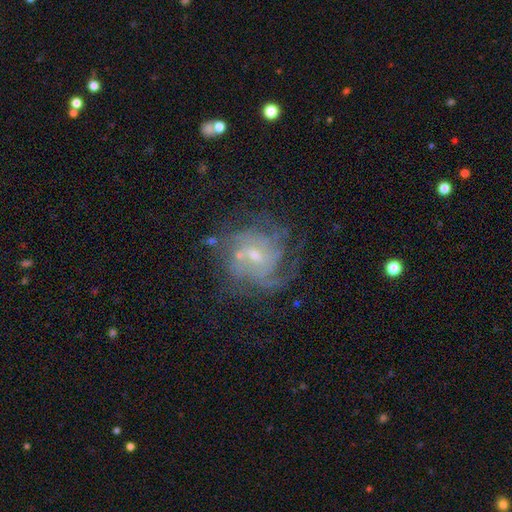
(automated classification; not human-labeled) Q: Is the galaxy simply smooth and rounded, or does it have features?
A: featured or disk — 79%.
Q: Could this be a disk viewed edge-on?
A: no — 98%.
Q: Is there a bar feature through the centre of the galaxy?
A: no — 48%.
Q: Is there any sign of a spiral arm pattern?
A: yes — 90%.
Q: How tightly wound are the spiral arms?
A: tight — 47%.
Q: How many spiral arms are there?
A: can't tell — 38%.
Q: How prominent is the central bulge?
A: small — 58%.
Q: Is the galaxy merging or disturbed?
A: none — 56%.